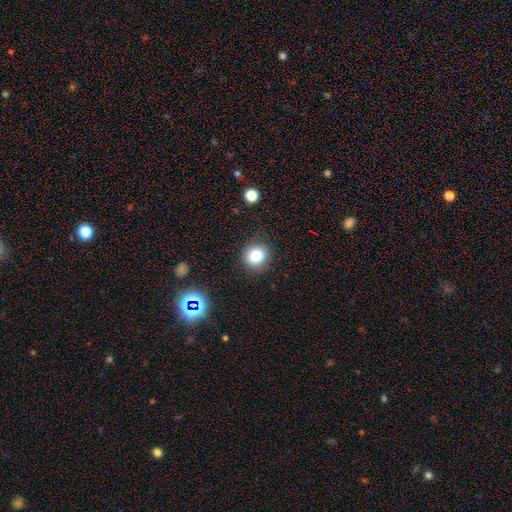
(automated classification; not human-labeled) smooth_or_featured: smooth (p=0.82) [alt: star or artifact p=0.12]
how_rounded: round (p=0.85) [alt: in between p=0.14]
merging: none (p=0.85) [alt: minor disturbance p=0.10]